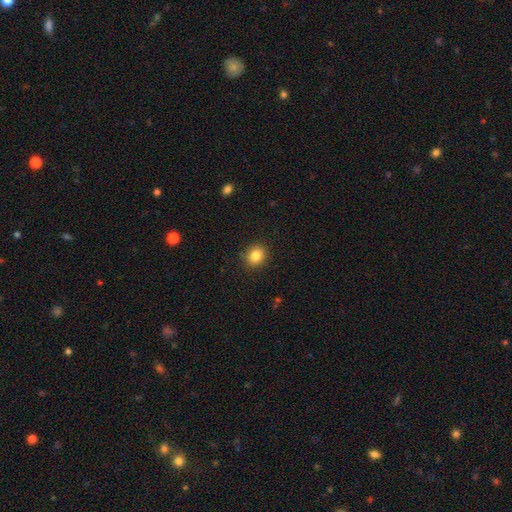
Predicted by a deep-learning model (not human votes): Smooth or featured?
  - smooth: 84% *
  - star or artifact: 10%
  - featured or disk: 5%
How rounded?
  - round: 76% *
  - in between: 23%
  - cigar-shaped: 1%
Merging?
  - none: 90% *
  - minor disturbance: 7%
  - major disturbance: 2%
  - merger: 1%